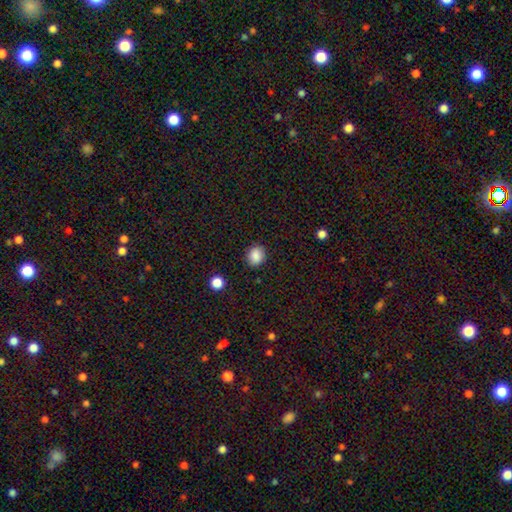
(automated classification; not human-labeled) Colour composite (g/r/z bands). It shows a smooth galaxy with no disk features (87%) that is round (59%). Merging: none (86%).